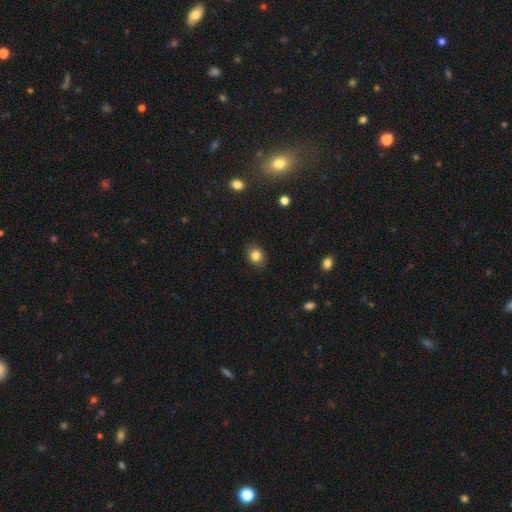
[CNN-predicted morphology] smooth-or-featured: smooth: 83% | star or artifact: 11% | featured or disk: 6%
  how-rounded: round: 64% | in between: 35% | cigar-shaped: 1%
  merging: none: 86% | minor disturbance: 11% | major disturbance: 2% | merger: 1%